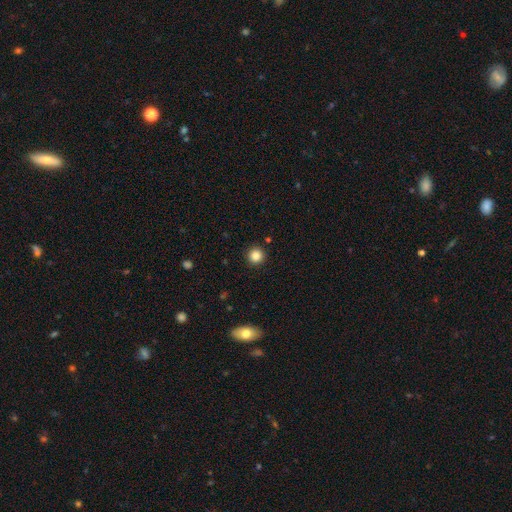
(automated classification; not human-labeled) Overall: smooth (85%). How rounded: round (95%). Merging: none (92%).